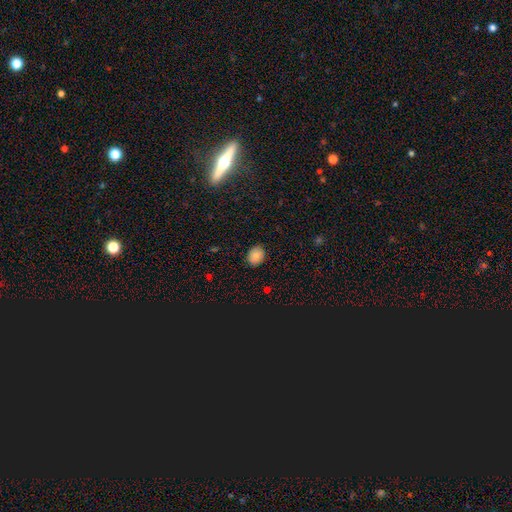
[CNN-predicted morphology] This is clearly a smooth galaxy (83%). How rounded: possibly in between (50%). Merging: clearly none (87%).